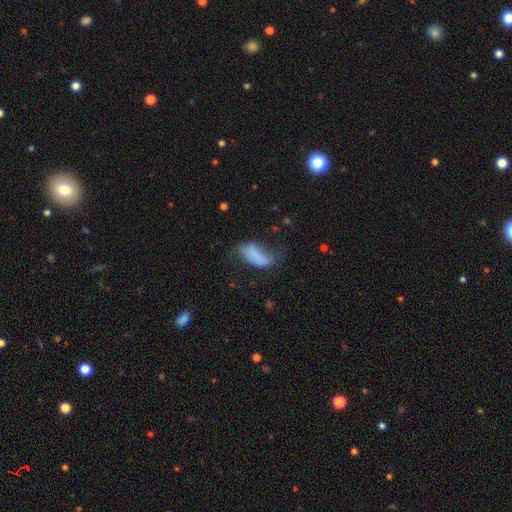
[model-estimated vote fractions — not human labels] The model was most divided on "merging": none: 33%, minor disturbance: 32%, major disturbance: 31%, merger: 4%. More confident: how rounded — in between (88%); smooth or featured — smooth (69%).